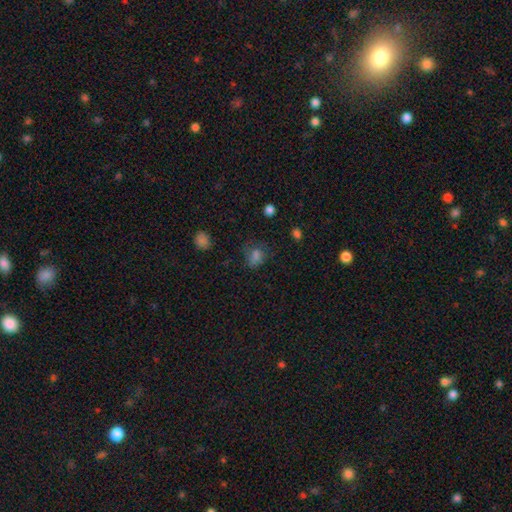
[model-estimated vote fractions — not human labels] Smooth or featured?
  - smooth: 68% *
  - star or artifact: 21%
  - featured or disk: 11%
How rounded?
  - round: 58% *
  - in between: 40%
  - cigar-shaped: 1%
Merging?
  - none: 55% *
  - minor disturbance: 25%
  - major disturbance: 16%
  - merger: 5%